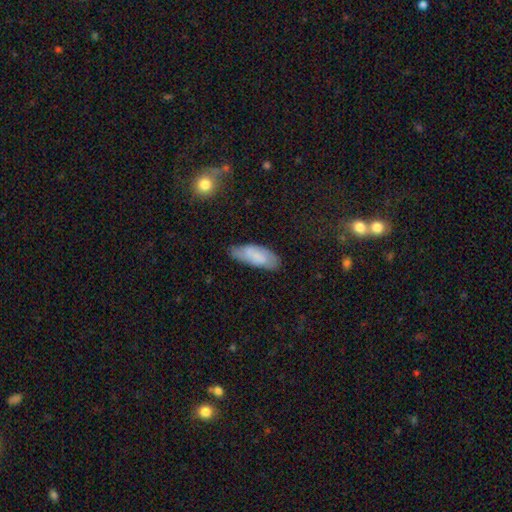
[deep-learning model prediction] The model was most divided on "smooth or featured": smooth: 65%, featured or disk: 28%, star or artifact: 7%. More confident: how rounded — in between (75%); merging — none (68%).